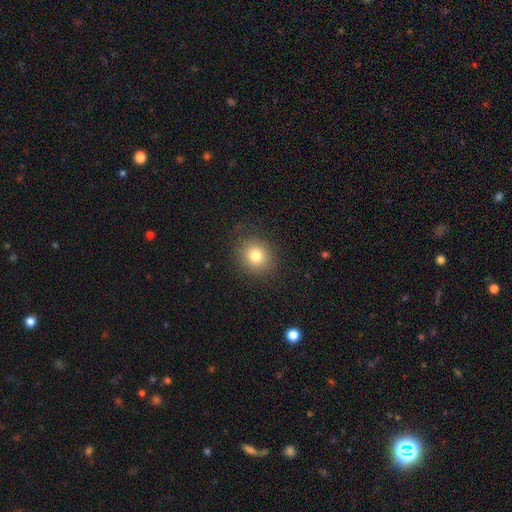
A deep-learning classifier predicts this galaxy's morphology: Smooth or featured?
  - smooth: 80% *
  - star or artifact: 11%
  - featured or disk: 9%
How rounded?
  - round: 78% *
  - in between: 21%
  - cigar-shaped: 1%
Merging?
  - none: 86% *
  - minor disturbance: 10%
  - major disturbance: 4%
  - merger: 1%